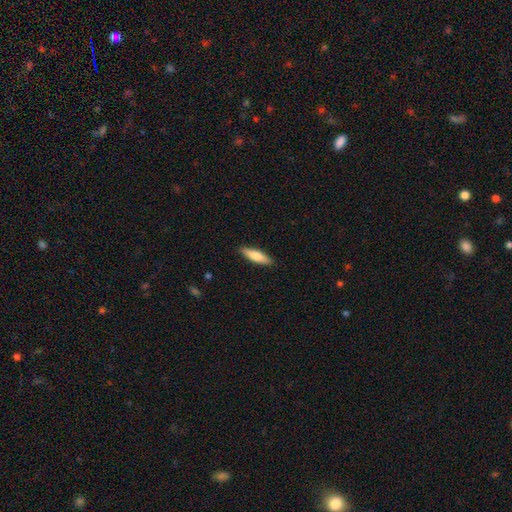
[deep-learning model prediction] The model was most divided on "how rounded": cigar-shaped: 62%, in between: 36%, round: 2%. More confident: merging — none (89%); smooth or featured — smooth (74%).